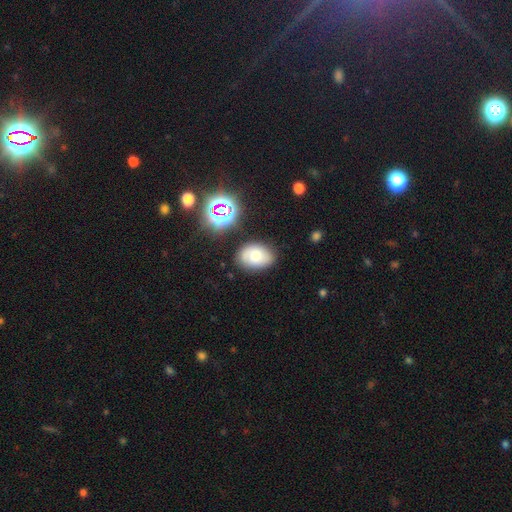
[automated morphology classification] smooth 66%, featured or disk 21%, star or artifact 13%. Down the decision tree: how rounded — in between (81%); merging — none (76%).